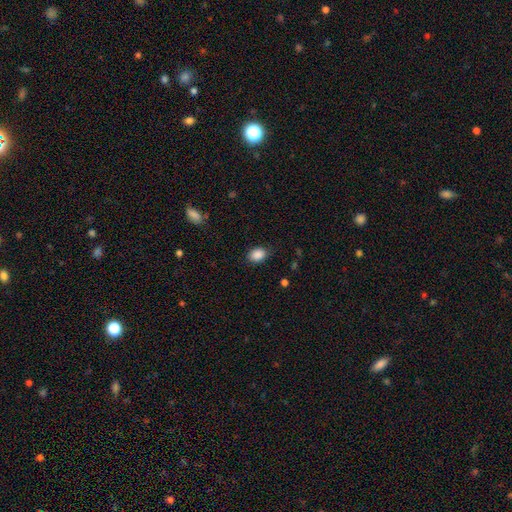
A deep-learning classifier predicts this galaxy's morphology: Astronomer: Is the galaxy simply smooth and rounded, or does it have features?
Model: smooth — 88%.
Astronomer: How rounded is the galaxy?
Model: in between — 69%.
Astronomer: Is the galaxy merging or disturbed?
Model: none — 83%.